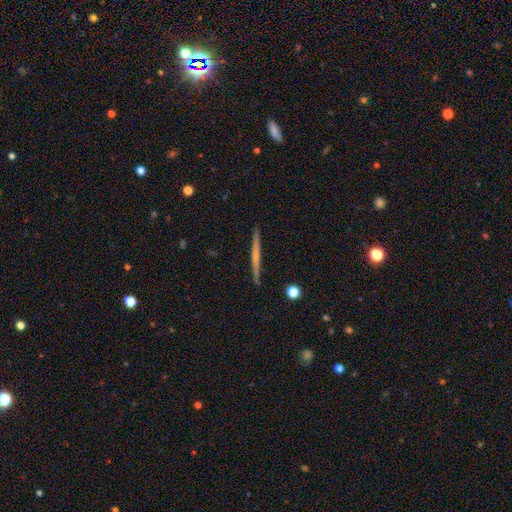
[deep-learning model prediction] featured or disk 50%, smooth 44%, star or artifact 6%. Down the decision tree: edge-on disk — yes (98%); merging — none (91%).